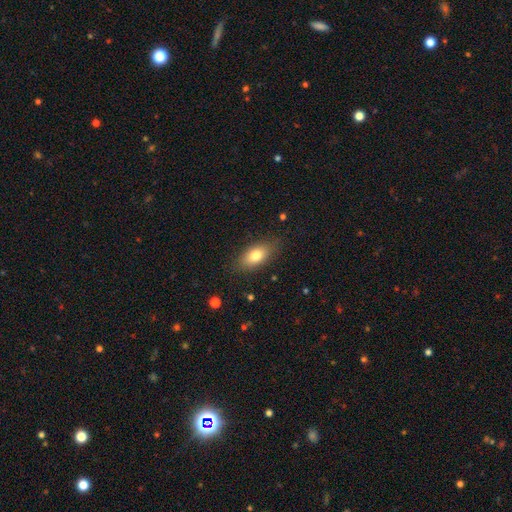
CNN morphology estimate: Smooth or featured?
  - smooth: 78% *
  - featured or disk: 14%
  - star or artifact: 8%
How rounded?
  - in between: 87% *
  - cigar-shaped: 7%
  - round: 6%
Merging?
  - none: 82% *
  - minor disturbance: 13%
  - major disturbance: 3%
  - merger: 1%